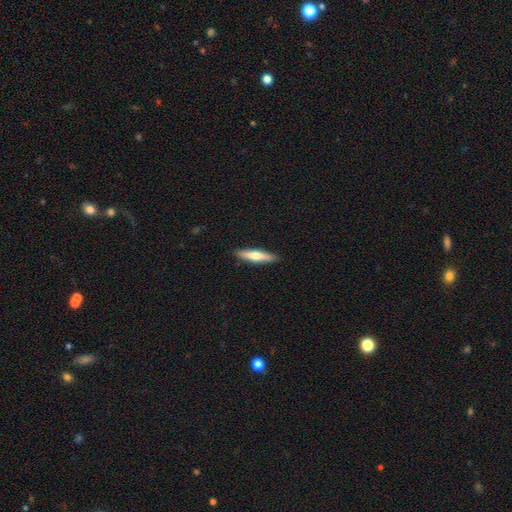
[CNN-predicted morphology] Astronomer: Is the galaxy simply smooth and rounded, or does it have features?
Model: smooth — 59% (runner-up: featured or disk, 35%).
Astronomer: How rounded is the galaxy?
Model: cigar-shaped — 81%.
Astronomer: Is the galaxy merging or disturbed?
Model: none — 90%.